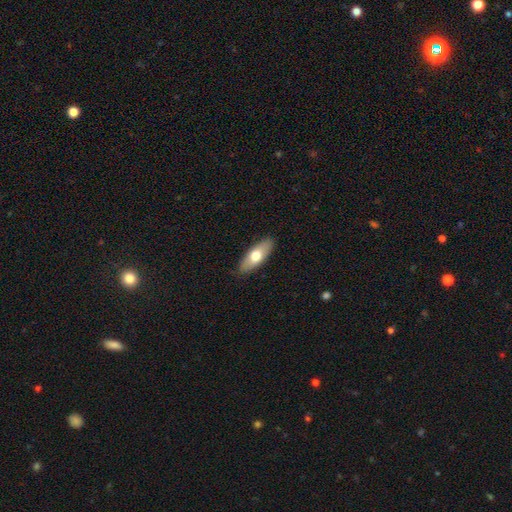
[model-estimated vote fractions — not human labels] Smooth or featured: smooth — 66% (featured or disk — 28%)
How rounded: in between — 71% (cigar-shaped — 26%)
Merging: none — 88% (minor disturbance — 10%)